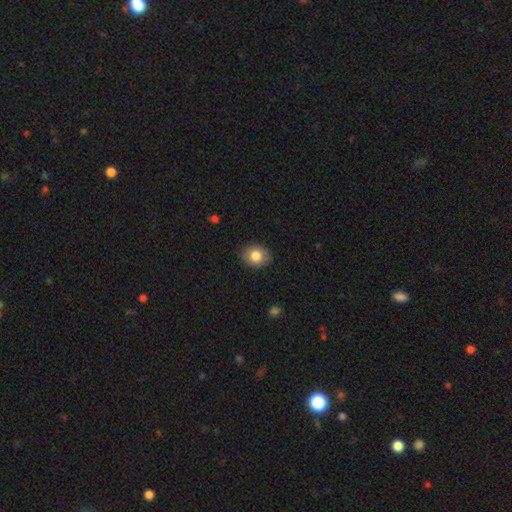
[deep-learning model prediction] The model was most divided on "how rounded": round: 54%, in between: 45%, cigar-shaped: 1%. More confident: merging — none (88%); smooth or featured — smooth (82%).